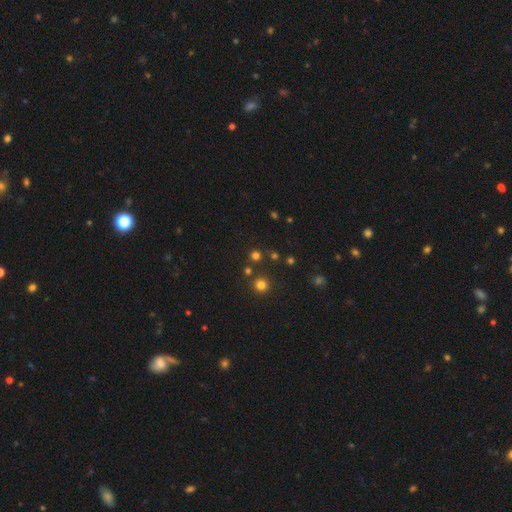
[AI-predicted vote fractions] smooth-or-featured: smooth: 67% | star or artifact: 27% | featured or disk: 6%
  how-rounded: round: 92% | in between: 7% | cigar-shaped: 1%
  merging: none: 79% | merger: 11% | minor disturbance: 6% | major disturbance: 3%